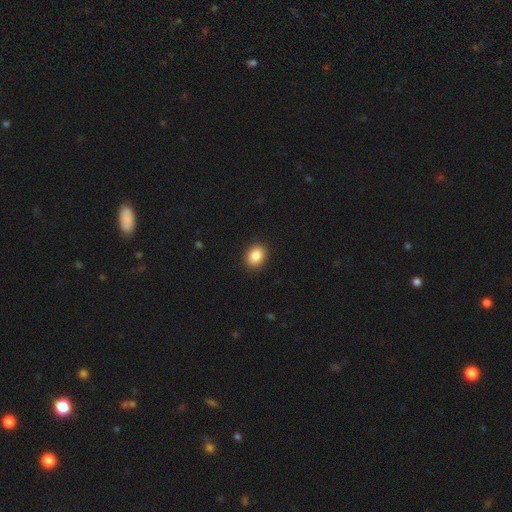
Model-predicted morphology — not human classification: Overall: smooth (87%). How rounded: in between (55%; round 44%). Merging: none (91%).